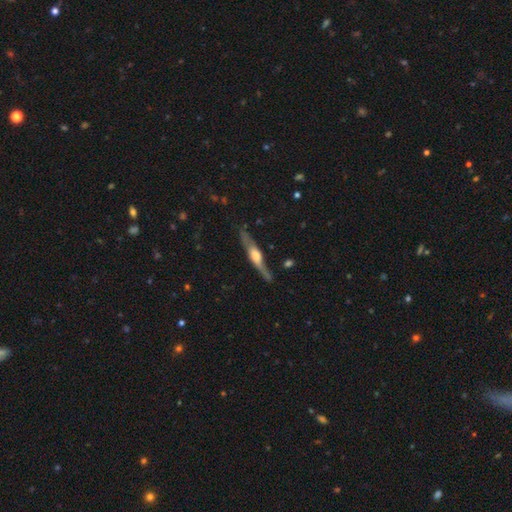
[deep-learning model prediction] A featured or disk galaxy (71%) viewed edge-on (92%) with a rounded central bulge (82%).

Vote fractions:
- Smooth or featured? featured or disk: 71% / smooth: 24% / star or artifact: 5%
- Edge-on disk? yes: 92% / no: 8%
- Edge-on bulge? rounded: 82% / boxy: 13% / none: 5%
- Merging? none: 76% / minor disturbance: 16% / major disturbance: 5% / merger: 3%